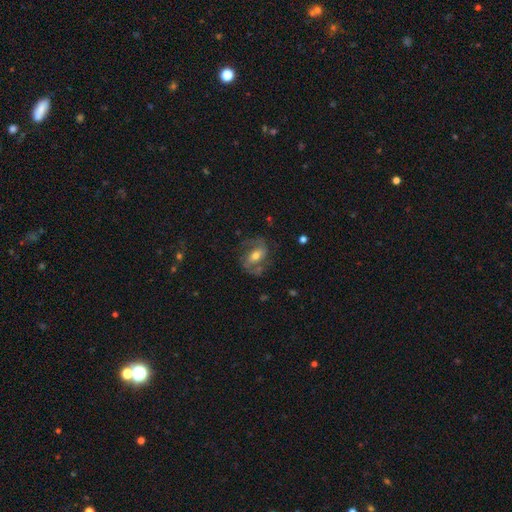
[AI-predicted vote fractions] Smooth or featured? Predicted: featured or disk (p=0.71). Edge-on disk? Predicted: no (p=0.95). Bar? Predicted: weak (p=0.40). Spiral arms? Predicted: yes (p=0.86). Spiral winding? Predicted: medium (p=0.51). Spiral arm count? Predicted: 2 (p=0.85). Bulge size? Predicted: moderate (p=0.63). Merging? Predicted: none (p=0.65).